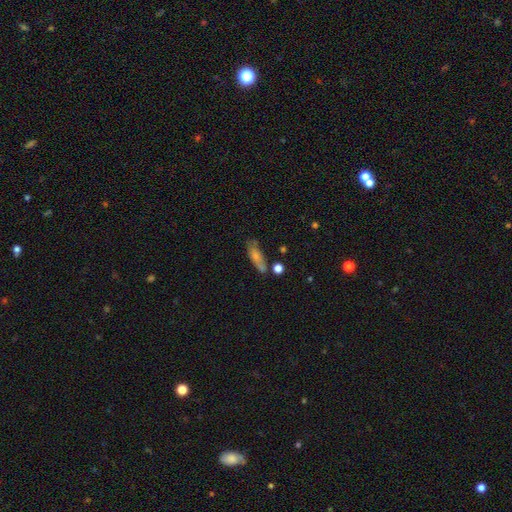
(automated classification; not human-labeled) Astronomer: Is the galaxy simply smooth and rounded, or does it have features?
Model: smooth — 62%.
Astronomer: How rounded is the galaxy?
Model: in between — 53% (runner-up: cigar-shaped, 43%).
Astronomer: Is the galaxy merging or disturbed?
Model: none — 59%.